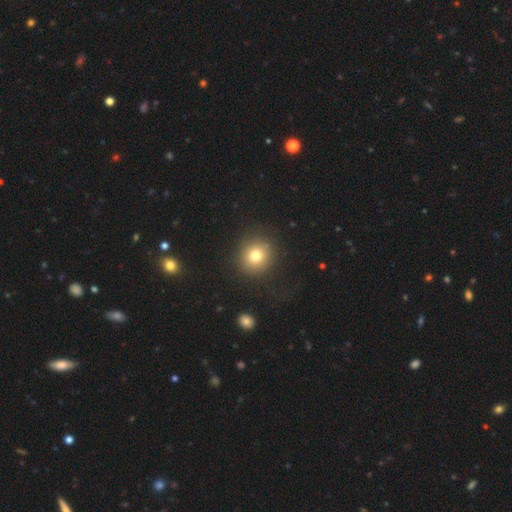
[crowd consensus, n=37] Morphology: type=smooth (97%); roundness=round (100%); merging=none (83%).